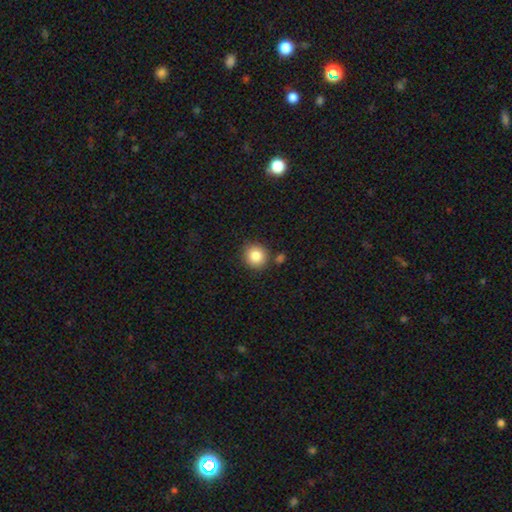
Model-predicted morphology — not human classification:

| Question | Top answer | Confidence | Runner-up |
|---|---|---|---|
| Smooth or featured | smooth | 84% | star or artifact (10%) |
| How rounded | round | 89% | in between (10%) |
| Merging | none | 82% | minor disturbance (9%) |